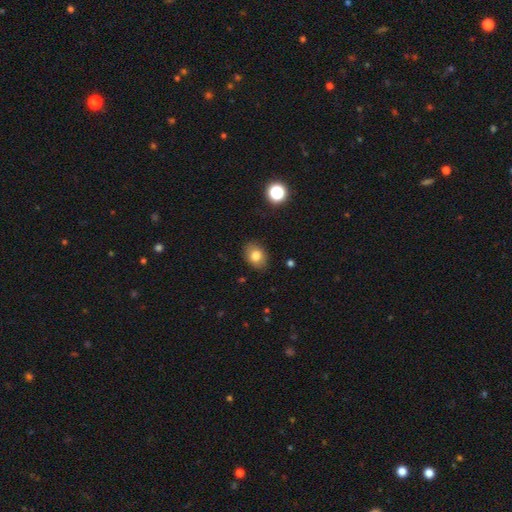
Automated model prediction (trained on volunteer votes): smooth 80%, star or artifact 10%, featured or disk 9%. Down the decision tree: how rounded — in between (62%); merging — none (84%).